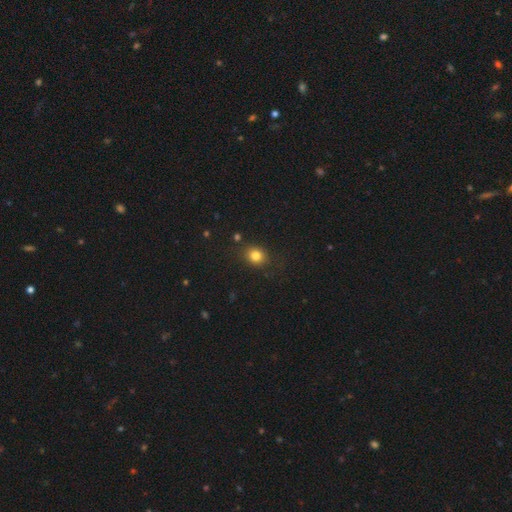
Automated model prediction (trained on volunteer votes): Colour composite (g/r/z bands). It shows a smooth galaxy with no disk features (81%) that is round (68%). Merging: none (83%).